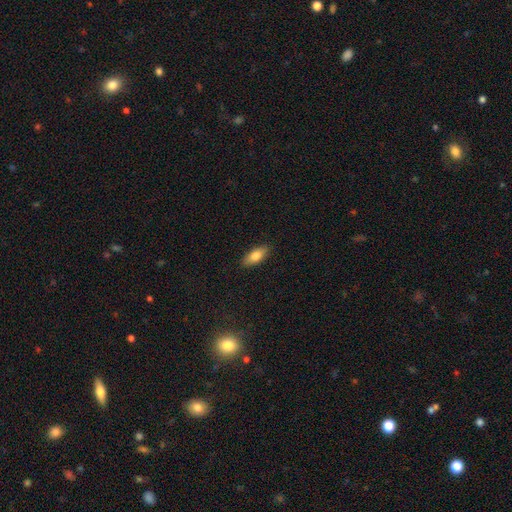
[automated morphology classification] Overall: smooth (78%). How rounded: in between (77%). Merging: none (88%).